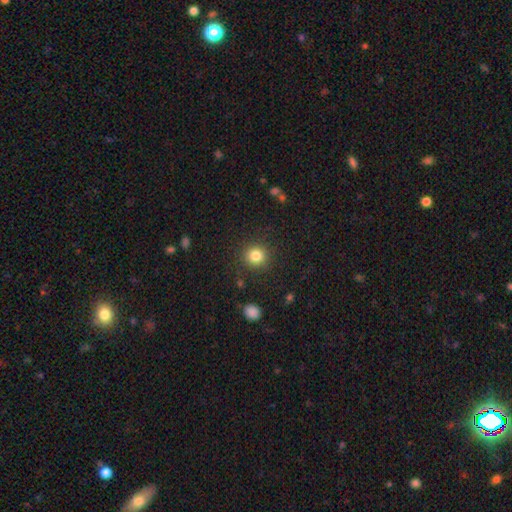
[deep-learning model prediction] smooth_or_featured: smooth (p=0.83) [alt: star or artifact p=0.12]
how_rounded: round (p=0.88) [alt: in between p=0.11]
merging: none (p=0.89) [alt: minor disturbance p=0.07]